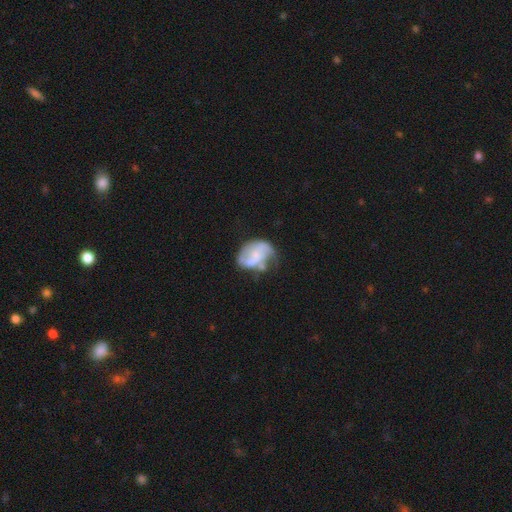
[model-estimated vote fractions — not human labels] A featured or disk galaxy (59%) with no bar (67%), spiral arms (55%) and a small central bulge (38%).

Vote fractions:
- Smooth or featured? featured or disk: 59% / smooth: 33% / star or artifact: 8%
- Edge-on disk? no: 98% / yes: 2%
- Bar? no: 67% / weak: 26% / strong: 7%
- Spiral arms? yes: 55% / no: 45%
- Bulge size? small: 38% / none: 31% / moderate: 25% / large: 4% / dominant: 2%
- Merging? none: 33% / minor disturbance: 27% / major disturbance: 26% / merger: 13%